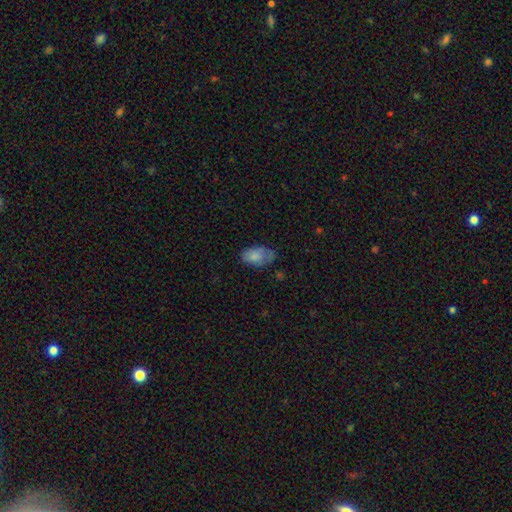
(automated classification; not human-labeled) A smooth galaxy with no disk features (77%) that is in between round and cigar-shaped (92%).

Vote fractions:
- Smooth or featured? smooth: 77% / featured or disk: 16% / star or artifact: 8%
- How rounded? in between: 92% / round: 6% / cigar-shaped: 2%
- Merging? none: 56% / minor disturbance: 31% / major disturbance: 12% / merger: 2%